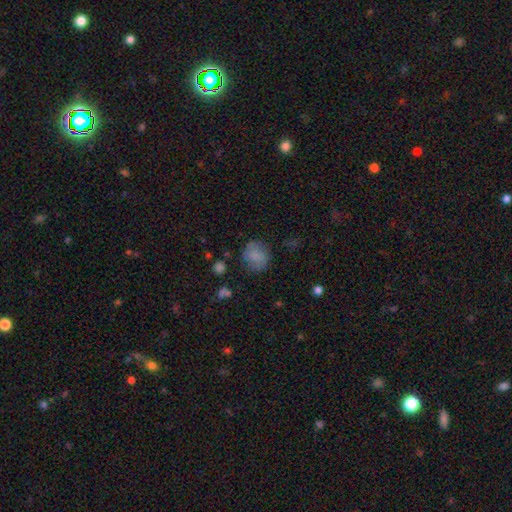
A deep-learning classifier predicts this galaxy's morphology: A smooth galaxy with no disk features (78%) that is round (76%).

Vote fractions:
- Smooth or featured? smooth: 78% / featured or disk: 13% / star or artifact: 10%
- How rounded? round: 76% / in between: 23% / cigar-shaped: 1%
- Merging? none: 71% / minor disturbance: 20% / major disturbance: 7% / merger: 2%